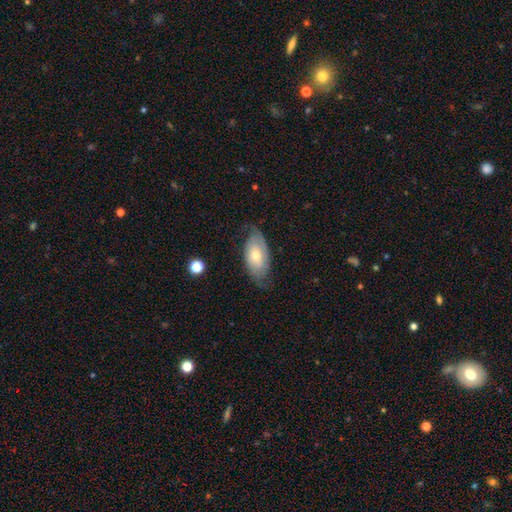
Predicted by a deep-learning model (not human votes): Q: Smooth or featured?
A: featured or disk (54%); runner-up: smooth (40%)
Q: Edge-on disk?
A: no (90%); runner-up: yes (10%)
Q: Merging?
A: none (64%); runner-up: minor disturbance (25%)